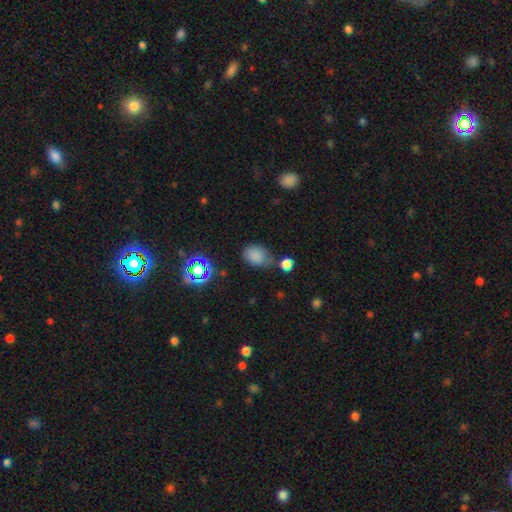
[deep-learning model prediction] smooth-or-featured: smooth: 78% | star or artifact: 15% | featured or disk: 7%
  how-rounded: in between: 58% | round: 41% | cigar-shaped: 1%
  merging: none: 55% | minor disturbance: 26% | merger: 10% | major disturbance: 8%